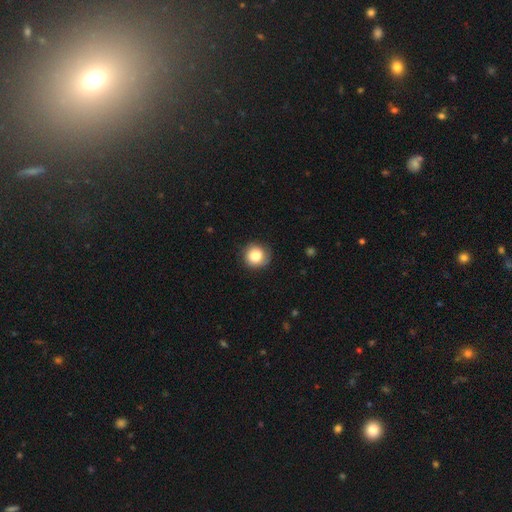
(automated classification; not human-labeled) Morphology: type=smooth (82%); roundness=round (91%); merging=none (79%).